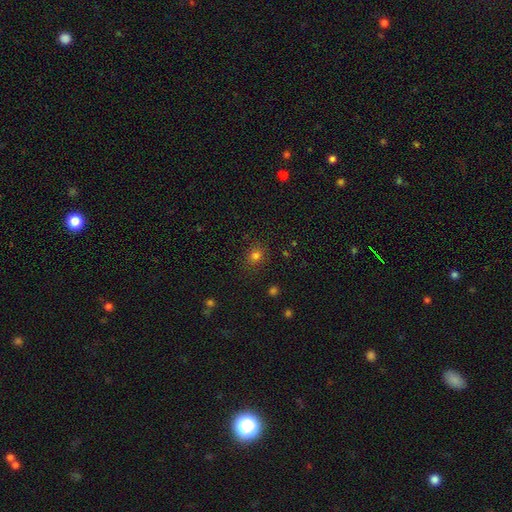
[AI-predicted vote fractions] smooth-or-featured: smooth: 77% | star or artifact: 16% | featured or disk: 7%
  how-rounded: round: 71% | in between: 28% | cigar-shaped: 1%
  merging: none: 85% | minor disturbance: 10% | major disturbance: 3% | merger: 2%